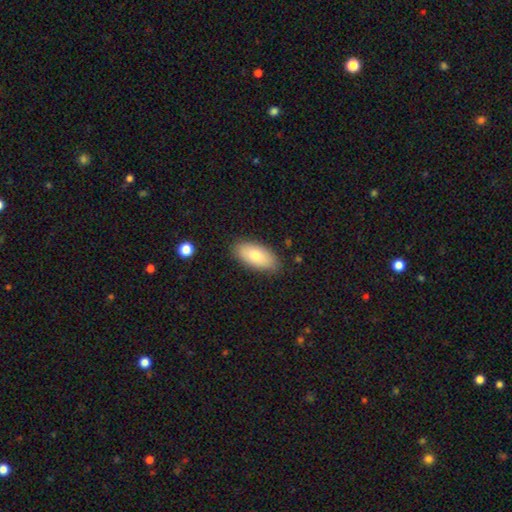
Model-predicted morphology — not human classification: Overall: smooth (78%). How rounded: in between (92%). Merging: none (85%).